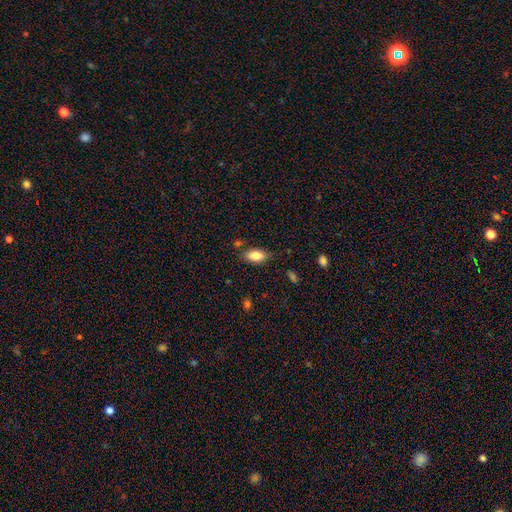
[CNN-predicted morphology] Smooth or featured: smooth — 84% (featured or disk — 9%)
How rounded: in between — 92% (round — 4%)
Merging: none — 78% (minor disturbance — 15%)